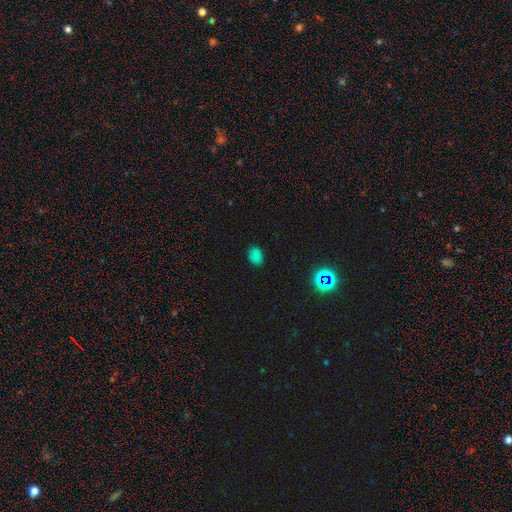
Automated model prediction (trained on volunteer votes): smooth 76%, star or artifact 20%, featured or disk 4%. Down the decision tree: how rounded — in between (75%); merging — none (84%).